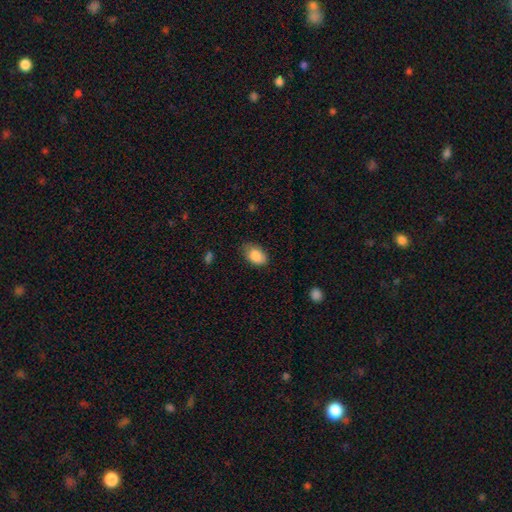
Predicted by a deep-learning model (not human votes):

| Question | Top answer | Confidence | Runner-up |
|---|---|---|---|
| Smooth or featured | smooth | 86% | star or artifact (7%) |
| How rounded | in between | 89% | round (10%) |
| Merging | none | 70% | minor disturbance (25%) |